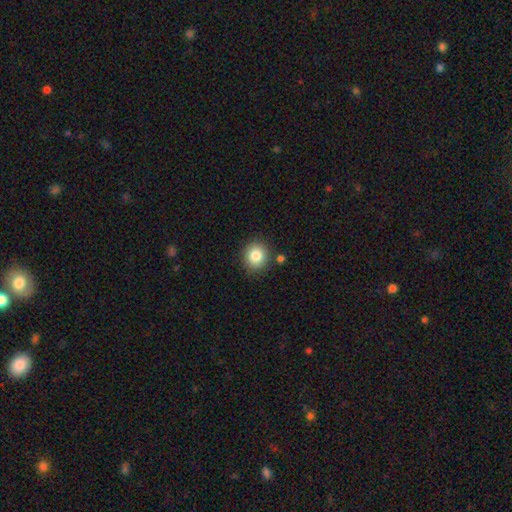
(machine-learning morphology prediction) Overall: smooth (83%). How rounded: round (85%). Merging: none (84%).